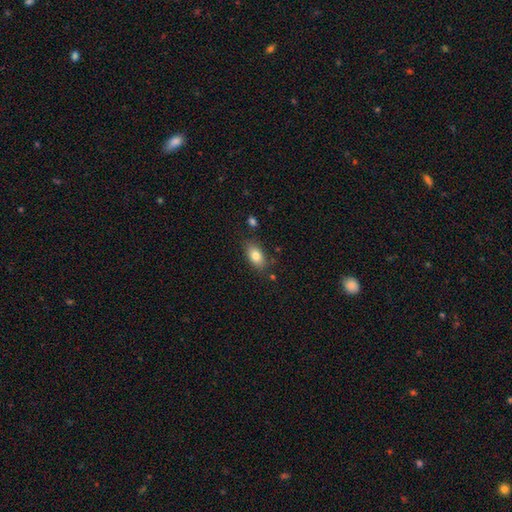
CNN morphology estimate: Smooth or featured? Predicted: smooth (p=0.81). How rounded? Predicted: in between (p=0.89). Merging? Predicted: none (p=0.79).